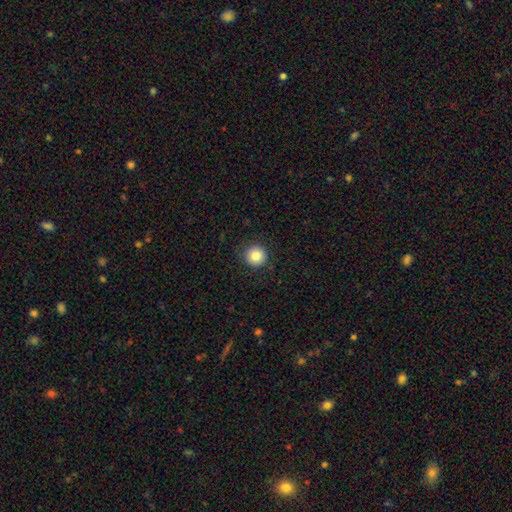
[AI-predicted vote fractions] smooth-or-featured: smooth: 84% | star or artifact: 9% | featured or disk: 6%
  how-rounded: round: 96% | in between: 4% | cigar-shaped: 1%
  merging: none: 90% | minor disturbance: 7% | major disturbance: 2% | merger: 1%